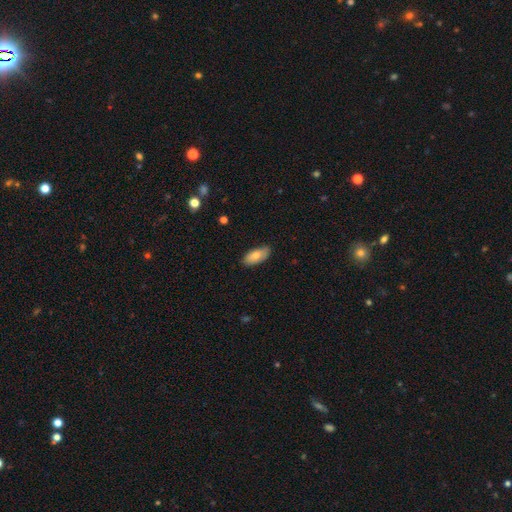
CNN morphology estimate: This appears to be a smooth galaxy with no disk features (76%) that is in between round and cigar-shaped (90%). Merging: none (80%).